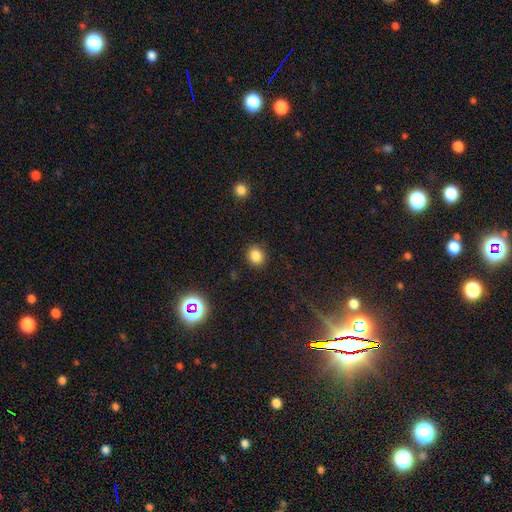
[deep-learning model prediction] This is clearly a smooth galaxy (84%). How rounded: likely round (70%). Merging: clearly none (89%).